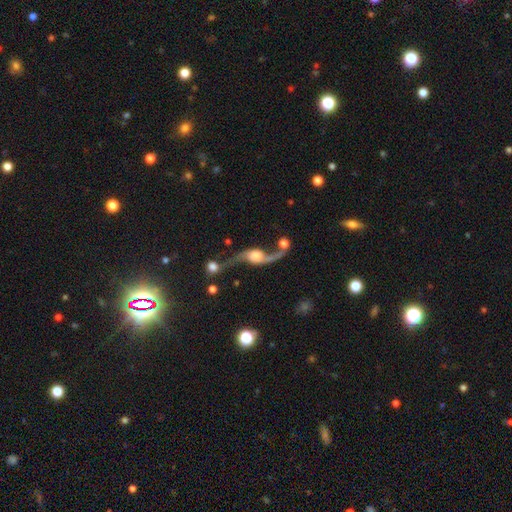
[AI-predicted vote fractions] A featured or disk galaxy (86%) with no bar (65%), 2 (93%) loose (93%) spiral arms (95%) and a moderate central bulge (35%).

Vote fractions:
- Smooth or featured? featured or disk: 86% / smooth: 8% / star or artifact: 6%
- Edge-on disk? no: 90% / yes: 10%
- Bar? no: 65% / weak: 26% / strong: 9%
- Spiral arms? yes: 95% / no: 5%
- Spiral winding? loose: 93% / medium: 5% / tight: 2%
- Spiral arm count? 2: 93% / 1: 3% / can't tell: 1% / 3: 1% / 4: 1% / more than 4: 1%
- Bulge size? moderate: 35% / large: 34% / small: 14% / dominant: 9% / none: 7%
- Merging? none: 40% / merger: 31% / minor disturbance: 15% / major disturbance: 15%